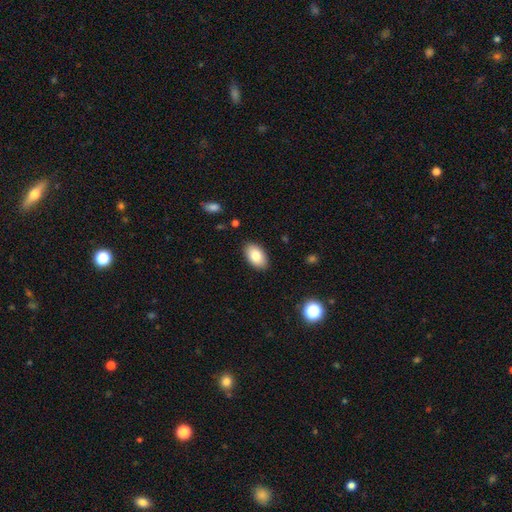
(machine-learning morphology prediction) Smooth or featured? Predicted: smooth (p=0.83). How rounded? Predicted: in between (p=0.94). Merging? Predicted: none (p=0.88).